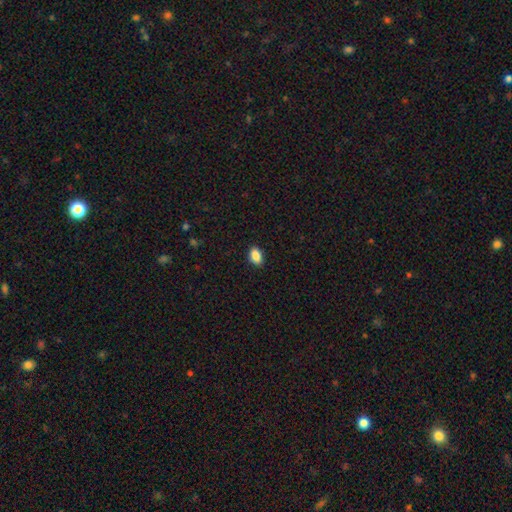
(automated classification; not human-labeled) Q: Smooth or featured?
A: smooth (88%); runner-up: star or artifact (8%)
Q: How rounded?
A: in between (86%); runner-up: round (12%)
Q: Merging?
A: none (90%); runner-up: minor disturbance (8%)